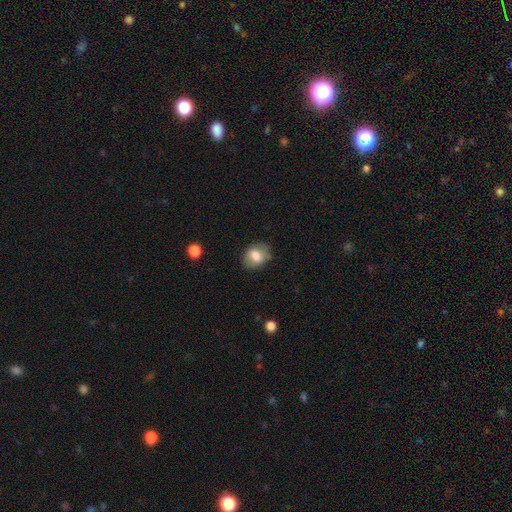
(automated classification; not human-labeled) Smooth or featured? Predicted: smooth (p=0.73). How rounded? Predicted: in between (p=0.67). Merging? Predicted: none (p=0.75).